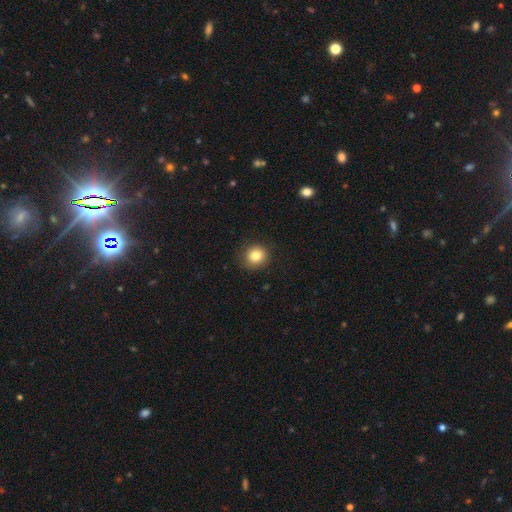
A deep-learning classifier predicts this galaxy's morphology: The model was most divided on "smooth or featured": smooth: 82%, star or artifact: 11%, featured or disk: 7%. More confident: how rounded — round (88%); merging — none (86%).